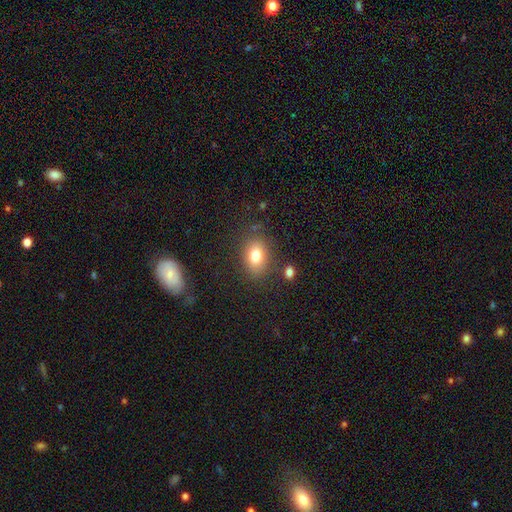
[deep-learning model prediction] Overall: smooth (78%). How rounded: in between (71%). Merging: none (80%).